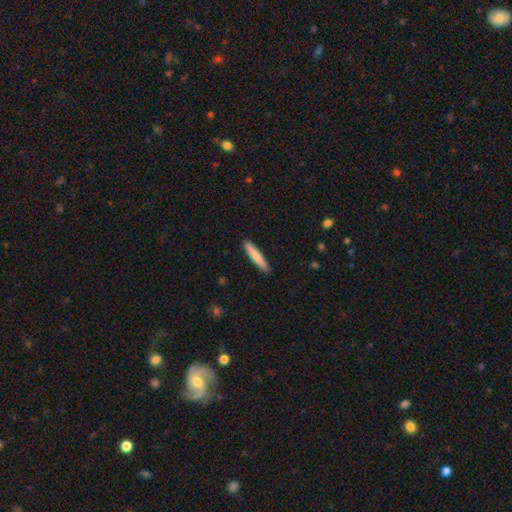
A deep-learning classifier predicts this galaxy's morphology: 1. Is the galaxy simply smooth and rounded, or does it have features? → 77% smooth, 18% featured or disk, 5% star or artifact.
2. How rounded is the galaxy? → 91% cigar-shaped, 8% in between, 1% round.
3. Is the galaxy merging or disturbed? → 90% none, 7% minor disturbance, 1% major disturbance, 1% merger.